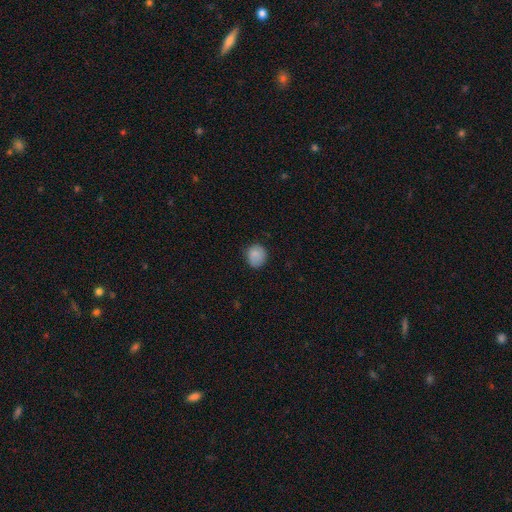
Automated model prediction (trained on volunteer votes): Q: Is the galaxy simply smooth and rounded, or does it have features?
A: smooth — 86%.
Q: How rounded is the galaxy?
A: round — 82%.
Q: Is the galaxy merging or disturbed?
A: none — 81%.